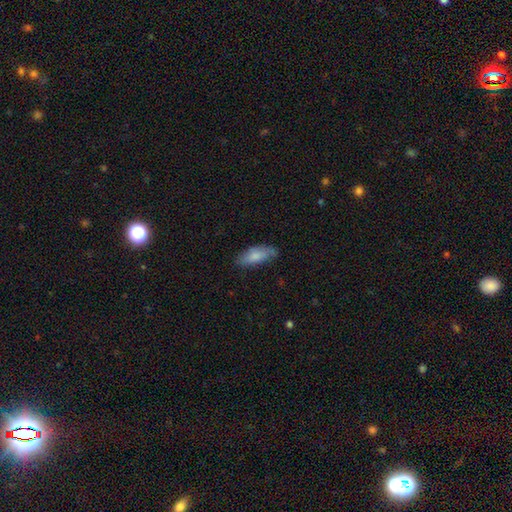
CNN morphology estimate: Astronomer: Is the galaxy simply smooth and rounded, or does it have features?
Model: smooth — 77%.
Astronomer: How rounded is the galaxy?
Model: in between — 77%.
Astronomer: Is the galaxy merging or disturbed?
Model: none — 67%.